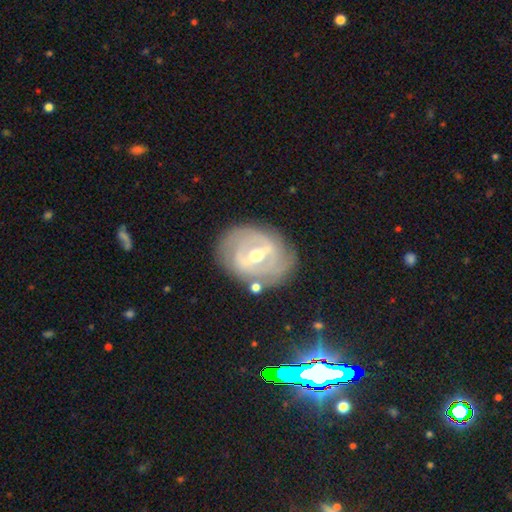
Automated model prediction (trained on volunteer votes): Smooth or featured?
  - featured or disk: 83% *
  - smooth: 11%
  - star or artifact: 6%
Edge-on disk?
  - no: 93% *
  - yes: 7%
Bar?
  - strong: 60% *
  - weak: 31%
  - no: 9%
Spiral arms?
  - yes: 74% *
  - no: 26%
Spiral winding?
  - tight: 67% *
  - medium: 24%
  - loose: 8%
Spiral arm count?
  - 2: 48% *
  - can't tell: 33%
  - 3: 9%
  - 1: 4%
  - 4: 3%
  - more than 4: 3%
Bulge size?
  - moderate: 70% *
  - small: 25%
  - large: 4%
  - none: 1%
  - dominant: 1%
Merging?
  - none: 77% *
  - minor disturbance: 15%
  - major disturbance: 6%
  - merger: 3%